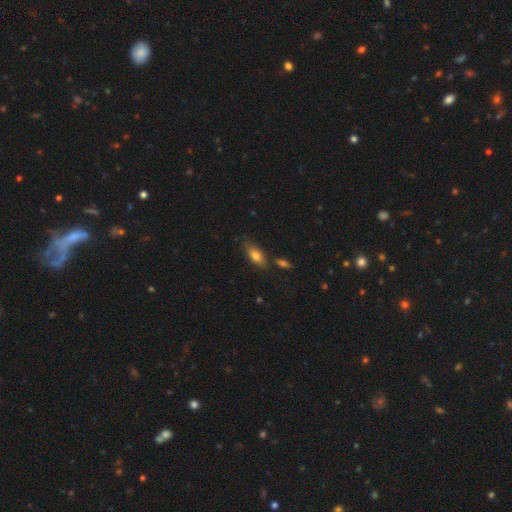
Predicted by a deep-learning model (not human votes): Smooth or featured? smooth (76%)
How rounded? in between (80%)
Merging? none (74%)